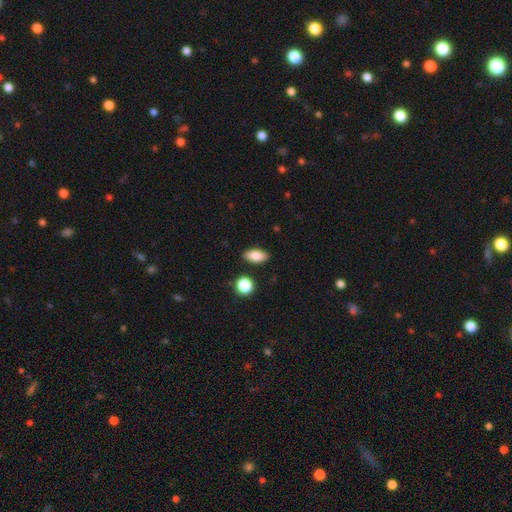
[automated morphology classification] This is clearly a smooth galaxy (85%). How rounded: clearly in between (88%). Merging: clearly none (87%).